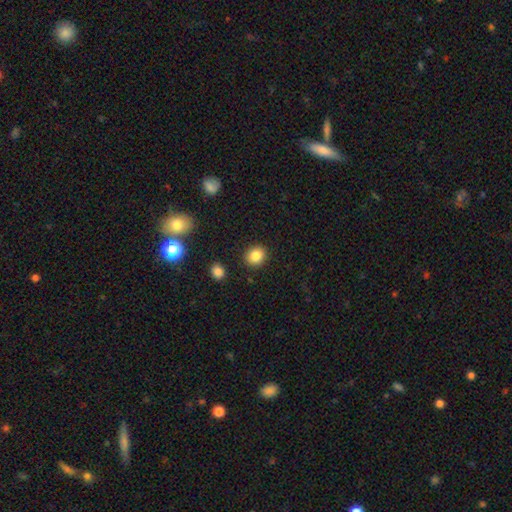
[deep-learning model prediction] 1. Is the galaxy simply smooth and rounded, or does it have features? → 84% smooth, 10% star or artifact, 6% featured or disk.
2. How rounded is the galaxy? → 76% round, 23% in between, 1% cigar-shaped.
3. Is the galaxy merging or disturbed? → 90% none, 6% minor disturbance, 2% major disturbance, 2% merger.